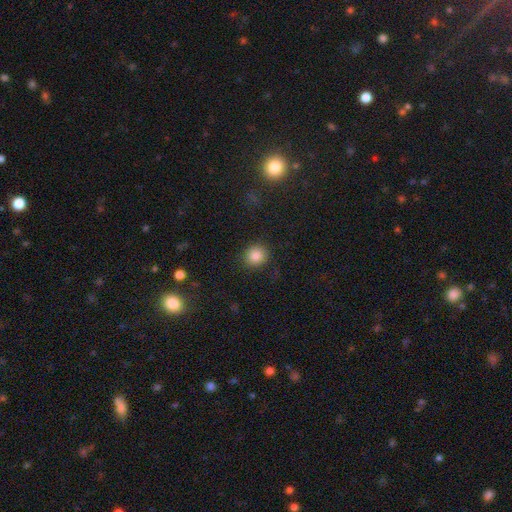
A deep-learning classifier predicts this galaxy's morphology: Overall: smooth (84%). How rounded: round (87%). Merging: none (87%).